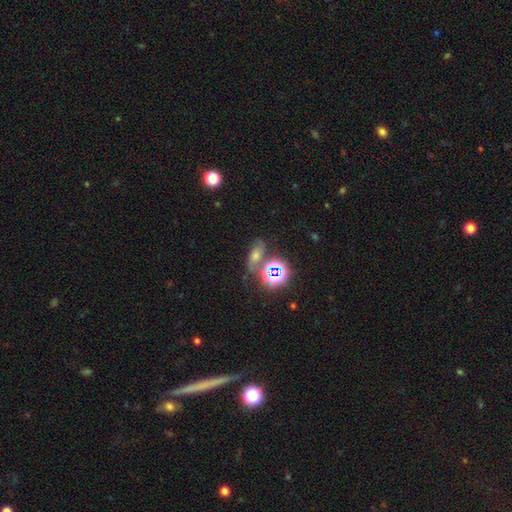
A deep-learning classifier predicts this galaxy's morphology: Smooth or featured: star or artifact — 43% (smooth — 35%)